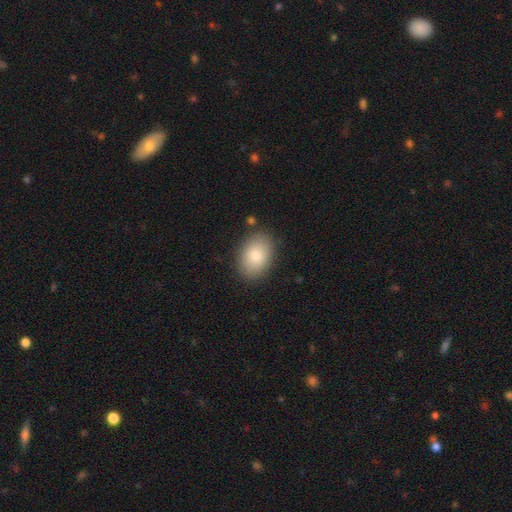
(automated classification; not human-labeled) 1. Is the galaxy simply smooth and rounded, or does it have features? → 85% smooth, 8% featured or disk, 7% star or artifact.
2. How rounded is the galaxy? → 83% in between, 16% round, 1% cigar-shaped.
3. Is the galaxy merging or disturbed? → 85% none, 11% minor disturbance, 3% major disturbance, 2% merger.